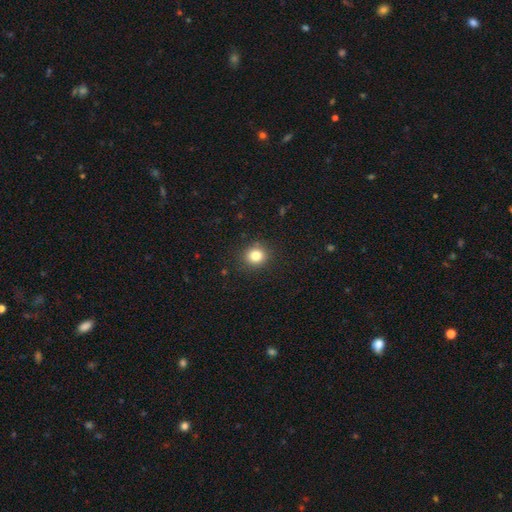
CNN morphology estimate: Q: Smooth or featured?
A: smooth (82%); runner-up: star or artifact (12%)
Q: How rounded?
A: round (86%); runner-up: in between (13%)
Q: Merging?
A: none (89%); runner-up: minor disturbance (8%)